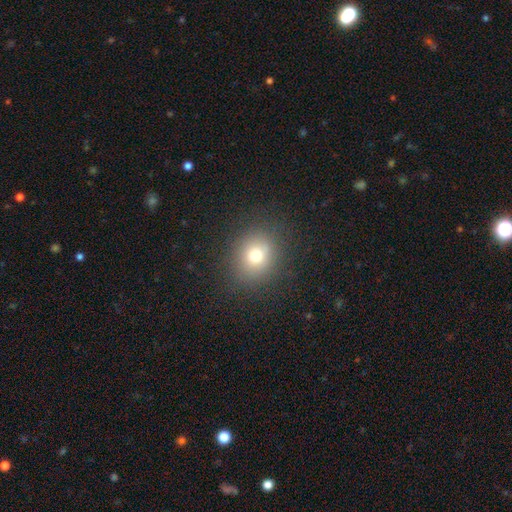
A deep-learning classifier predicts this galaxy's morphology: A smooth galaxy with no disk features (75%) that is round (73%). Merging: none (87%).